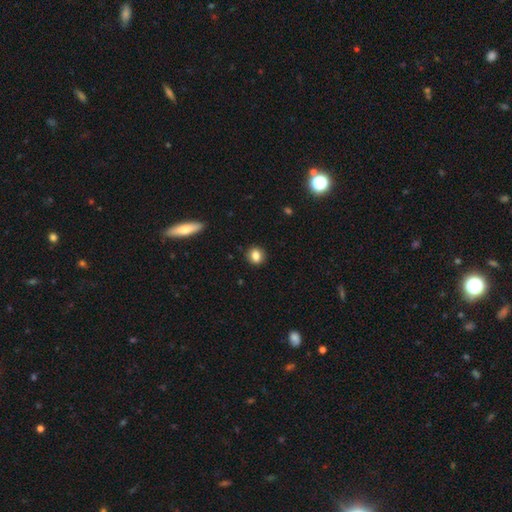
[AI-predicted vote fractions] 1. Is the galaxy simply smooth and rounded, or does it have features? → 84% smooth, 10% star or artifact, 7% featured or disk.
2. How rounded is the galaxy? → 79% round, 19% in between, 1% cigar-shaped.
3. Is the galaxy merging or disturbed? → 89% none, 8% minor disturbance, 2% major disturbance, 1% merger.